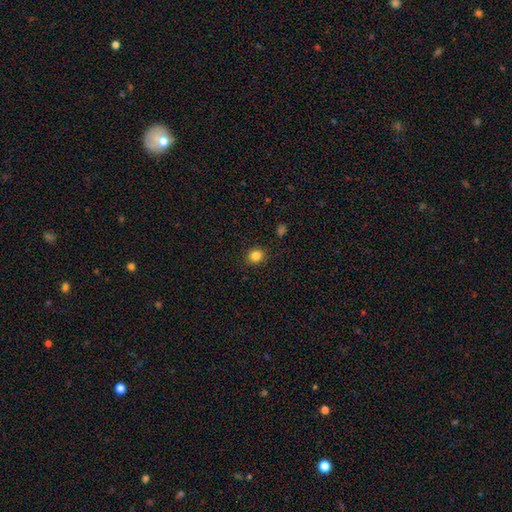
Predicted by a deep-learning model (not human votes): This appears to be a smooth galaxy with no disk features (84%) that is round (73%). Merging: none (89%).